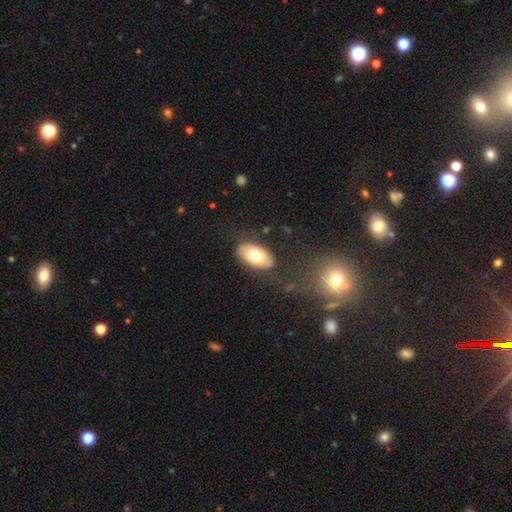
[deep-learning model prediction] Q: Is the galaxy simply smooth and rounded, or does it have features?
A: smooth — 71%.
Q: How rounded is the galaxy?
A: in between — 94%.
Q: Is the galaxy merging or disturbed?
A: none — 78%.